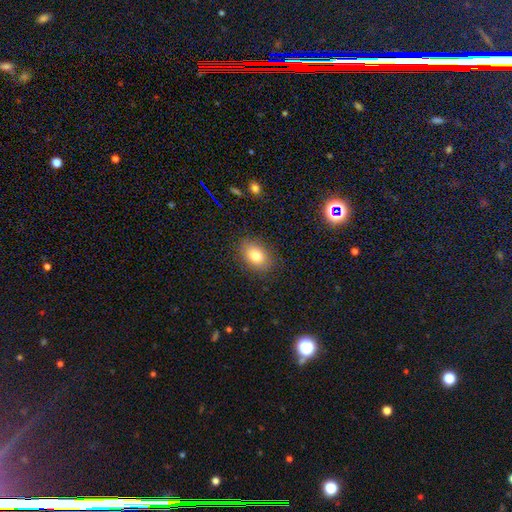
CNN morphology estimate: type=smooth (81%); roundness=in between (80%); merging=none (85%).